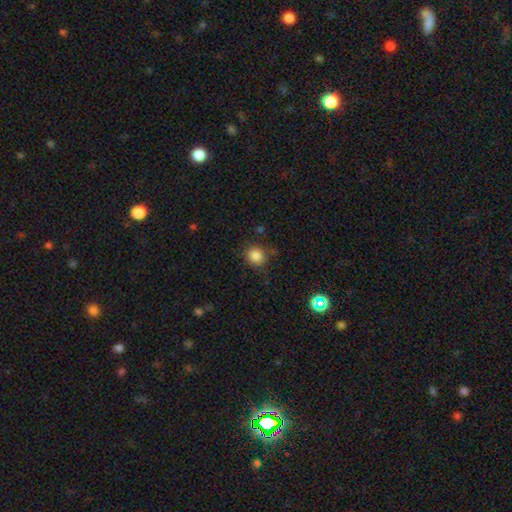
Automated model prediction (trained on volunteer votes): smooth-or-featured: smooth: 84% | star or artifact: 12% | featured or disk: 4%
  how-rounded: round: 82% | in between: 17% | cigar-shaped: 1%
  merging: none: 82% | minor disturbance: 12% | major disturbance: 4% | merger: 2%